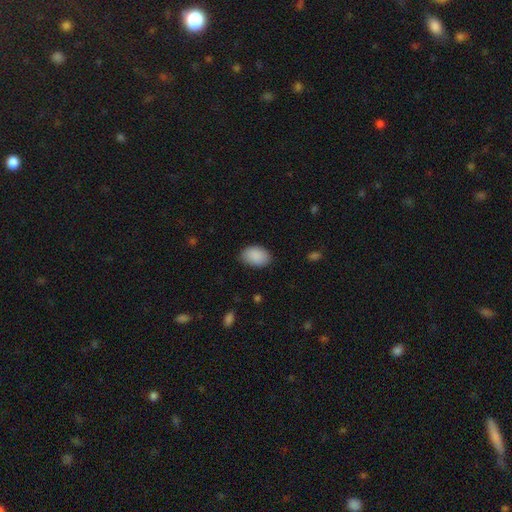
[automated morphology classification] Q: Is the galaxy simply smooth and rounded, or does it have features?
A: smooth — 90%.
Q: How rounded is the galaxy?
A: in between — 89%.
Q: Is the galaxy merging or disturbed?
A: none — 81%.